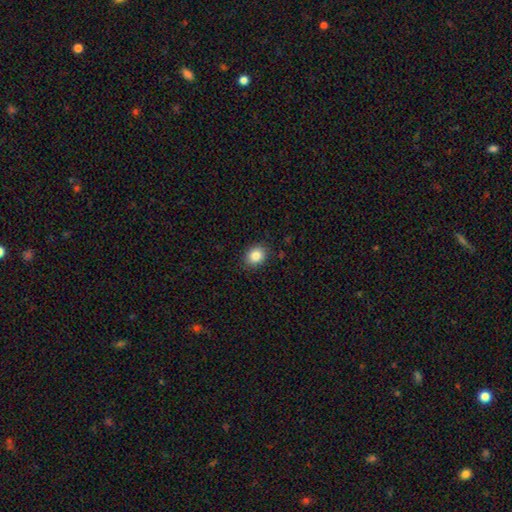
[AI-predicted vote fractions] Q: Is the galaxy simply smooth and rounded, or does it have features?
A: smooth — 85%.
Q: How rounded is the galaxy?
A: round — 60%.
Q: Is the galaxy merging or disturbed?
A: none — 88%.